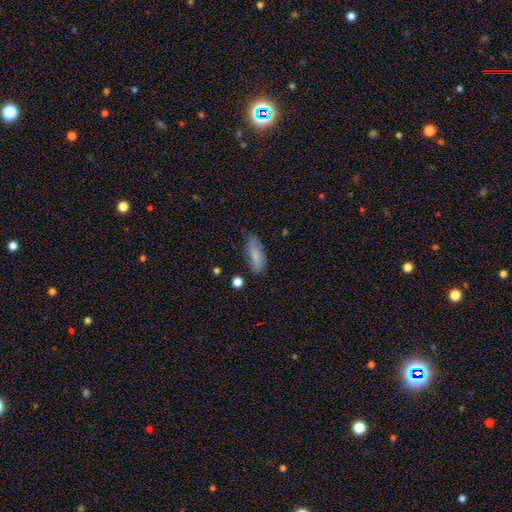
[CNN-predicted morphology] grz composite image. It shows a smooth galaxy with no disk features (76%) that is in between round and cigar-shaped (69%). Merging: none (65%).